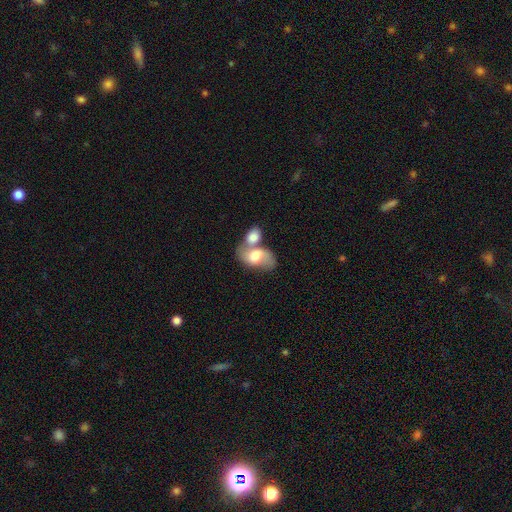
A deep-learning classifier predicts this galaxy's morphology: Overall: smooth (58%; featured or disk 36%). How rounded: in between (86%). Merging: merger (67%).